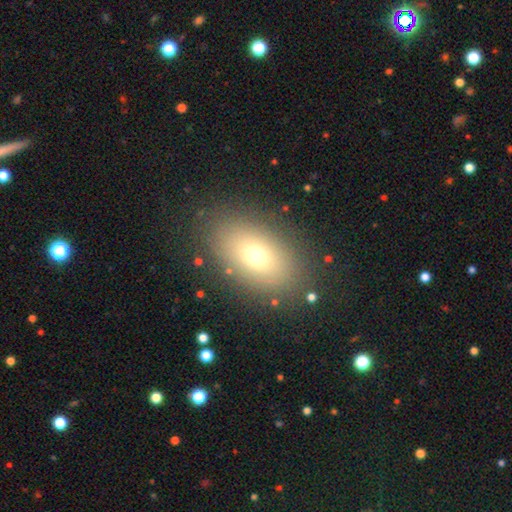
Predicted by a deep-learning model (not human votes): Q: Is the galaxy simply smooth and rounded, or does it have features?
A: smooth — 69%.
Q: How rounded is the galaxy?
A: in between — 84%.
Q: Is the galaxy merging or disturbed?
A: none — 84%.